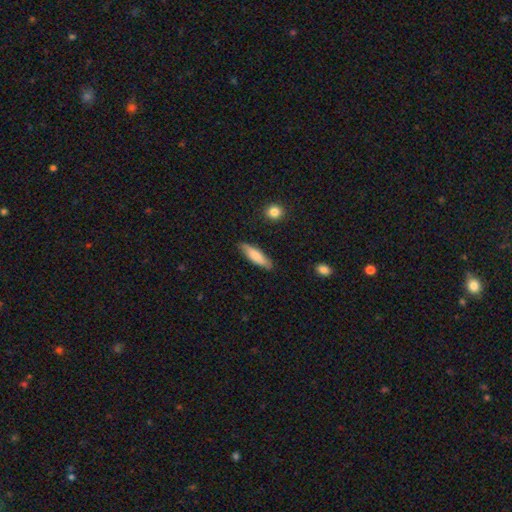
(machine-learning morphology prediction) Smooth or featured: smooth — 74% (featured or disk — 20%)
How rounded: cigar-shaped — 63% (in between — 36%)
Merging: none — 84% (minor disturbance — 12%)